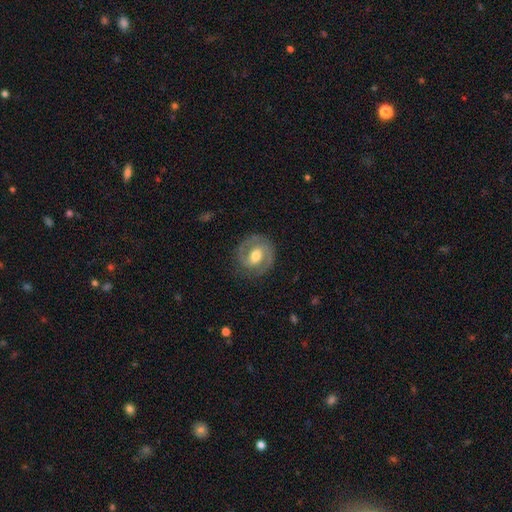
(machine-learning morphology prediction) Smooth or featured? Predicted: featured or disk (p=0.81). Edge-on disk? Predicted: no (p=0.97). Bar? Predicted: weak (p=0.48). Spiral arms? Predicted: yes (p=0.91). Spiral winding? Predicted: medium (p=0.46). Spiral arm count? Predicted: 2 (p=0.87). Bulge size? Predicted: moderate (p=0.72). Merging? Predicted: none (p=0.83).